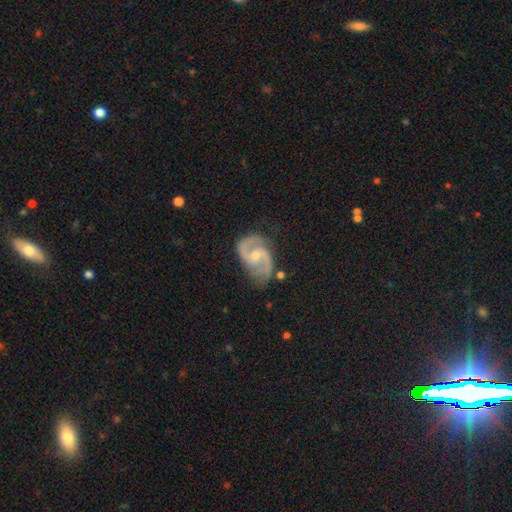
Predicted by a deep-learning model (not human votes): Smooth or featured? featured or disk (91%)
Edge-on disk? no (98%)
Bar? weak (45%, tied with no)
Spiral arms? yes (98%)
Spiral winding? medium (62%)
Spiral arm count? 2 (93%)
Bulge size? small (48%)
Merging? none (73%)